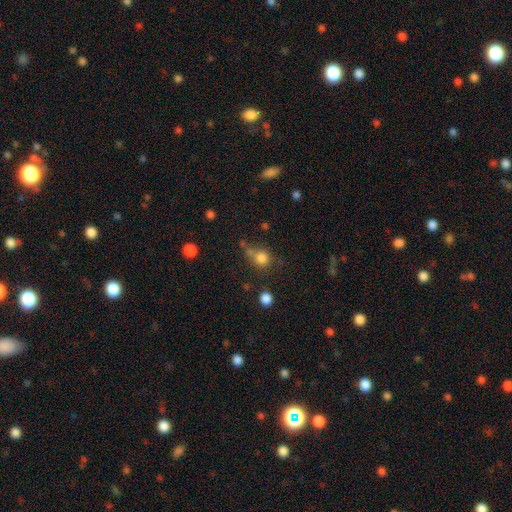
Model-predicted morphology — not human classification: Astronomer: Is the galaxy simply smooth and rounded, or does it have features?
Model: smooth — 59%.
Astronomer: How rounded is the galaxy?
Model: round — 84%.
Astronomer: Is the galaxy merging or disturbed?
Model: none — 59%.